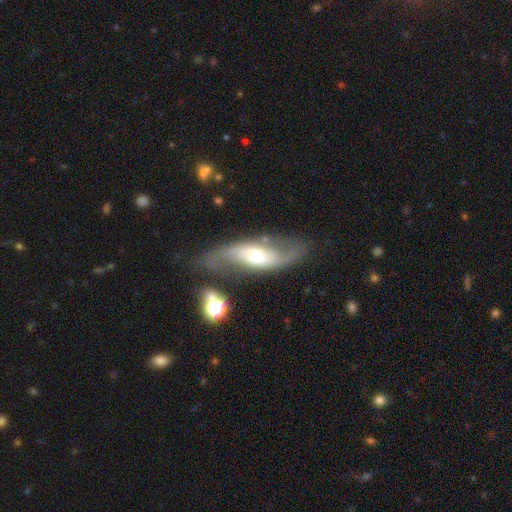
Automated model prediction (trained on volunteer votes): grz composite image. It shows a featured or disk galaxy (75%) with no bar (46%), 2 (88%) loose (64%) spiral arms (89%) and a moderate central bulge (53%). Merging: none (65%).